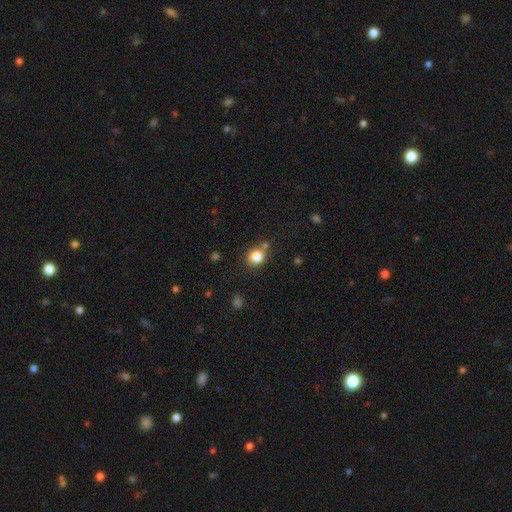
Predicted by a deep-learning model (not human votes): smooth-or-featured: smooth: 82% | star or artifact: 11% | featured or disk: 7%
  how-rounded: round: 77% | in between: 22% | cigar-shaped: 1%
  merging: none: 65% | merger: 16% | minor disturbance: 15% | major disturbance: 5%